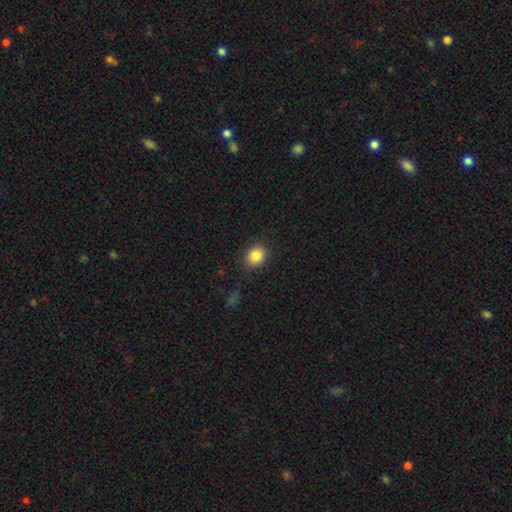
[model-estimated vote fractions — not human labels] Smooth or featured? Predicted: smooth (p=0.85). How rounded? Predicted: round (p=0.72). Merging? Predicted: none (p=0.87).